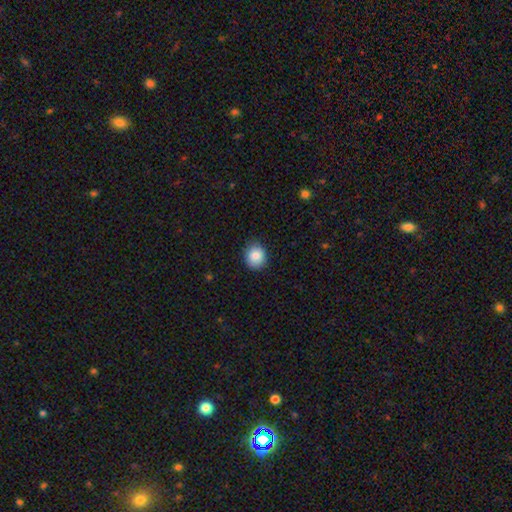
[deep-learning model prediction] The model was most divided on "how rounded": round: 77%, in between: 22%, cigar-shaped: 1%. More confident: merging — none (86%); smooth or featured — smooth (86%).